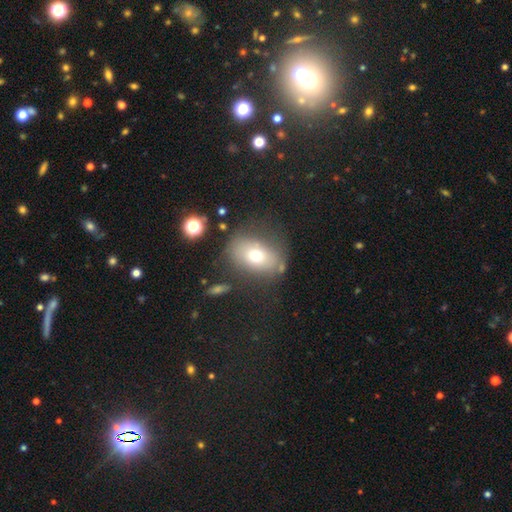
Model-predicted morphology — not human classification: Overall: smooth (66%). How rounded: in between (68%; round 30%). Merging: none (65%).